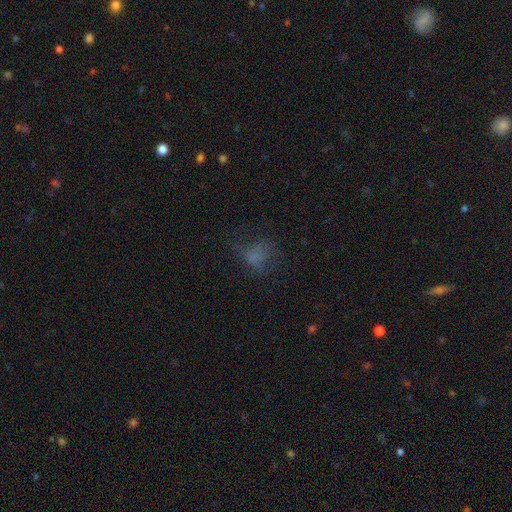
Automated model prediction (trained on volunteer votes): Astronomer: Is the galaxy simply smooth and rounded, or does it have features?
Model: smooth — 53%.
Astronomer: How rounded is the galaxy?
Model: in between — 53% (runner-up: round, 45%).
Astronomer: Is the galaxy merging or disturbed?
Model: none — 44% (runner-up: major disturbance, 34%).